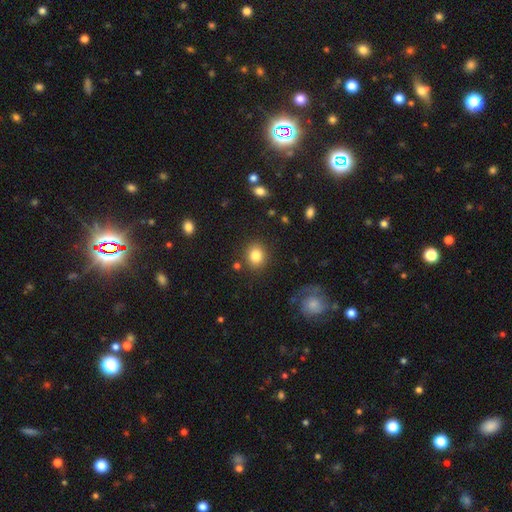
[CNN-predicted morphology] smooth_or_featured: smooth (p=0.84) [alt: star or artifact p=0.09]
how_rounded: round (p=0.74) [alt: in between p=0.25]
merging: none (p=0.85) [alt: minor disturbance p=0.08]